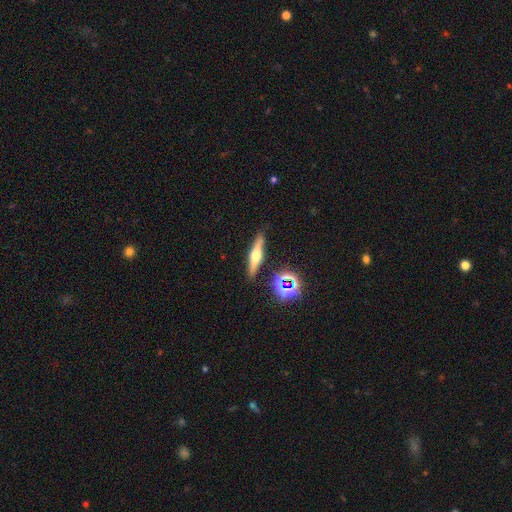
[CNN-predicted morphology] Smooth or featured? Predicted: featured or disk (p=0.55). Edge-on disk? Predicted: yes (p=0.93). Edge-on bulge? Predicted: rounded (p=0.92). Merging? Predicted: none (p=0.86).